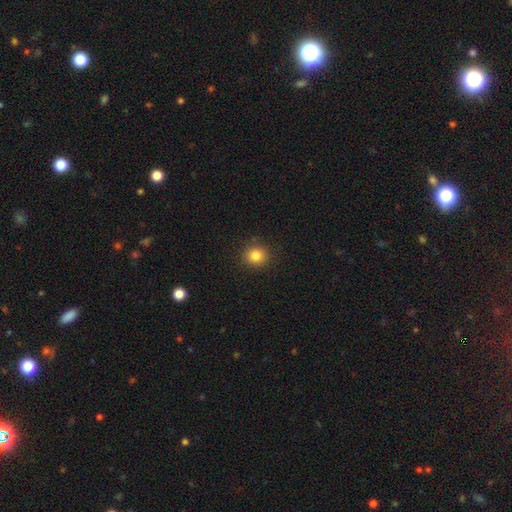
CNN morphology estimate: Smooth or featured?
  - smooth: 83% *
  - star or artifact: 12%
  - featured or disk: 6%
How rounded?
  - round: 86% *
  - in between: 13%
  - cigar-shaped: 1%
Merging?
  - none: 89% *
  - minor disturbance: 7%
  - major disturbance: 2%
  - merger: 1%